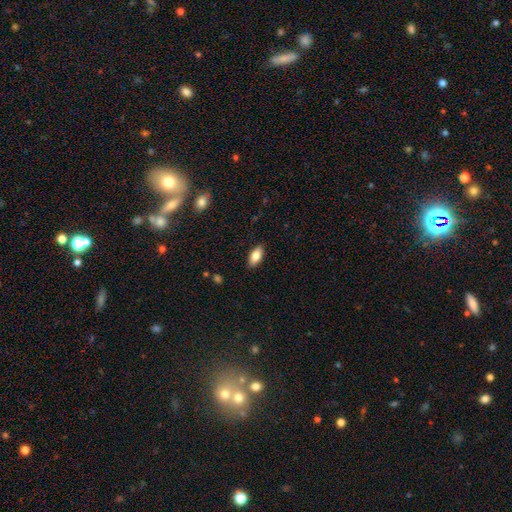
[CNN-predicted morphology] Smooth or featured? Predicted: smooth (p=0.81). How rounded? Predicted: in between (p=0.89). Merging? Predicted: none (p=0.88).